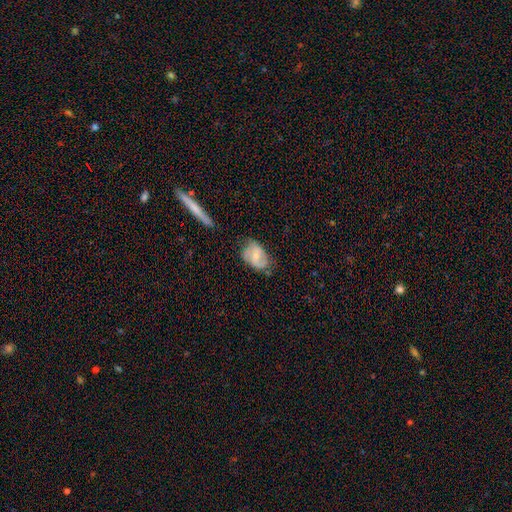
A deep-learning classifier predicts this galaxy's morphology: Smooth or featured?
  - featured or disk: 47% *
  - smooth: 46%
  - star or artifact: 7%
Merging?
  - none: 56% *
  - minor disturbance: 31%
  - major disturbance: 10%
  - merger: 2%